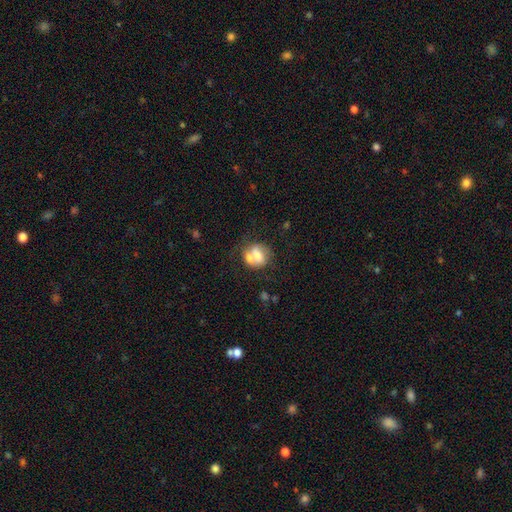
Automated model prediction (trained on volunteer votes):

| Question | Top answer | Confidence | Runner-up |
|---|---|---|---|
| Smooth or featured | smooth | 57% | featured or disk (34%) |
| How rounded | round | 59% | in between (40%) |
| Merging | merger | 46% | none (34%) |